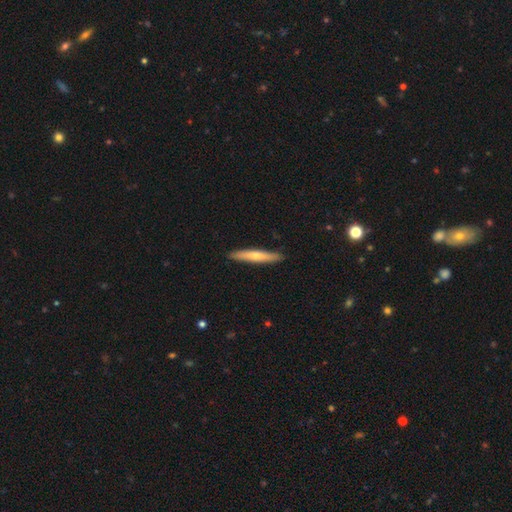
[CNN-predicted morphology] smooth_or_featured: smooth (p=0.60) [alt: featured or disk p=0.35]
how_rounded: cigar-shaped (p=0.92) [alt: in between p=0.07]
merging: none (p=0.90) [alt: minor disturbance p=0.07]